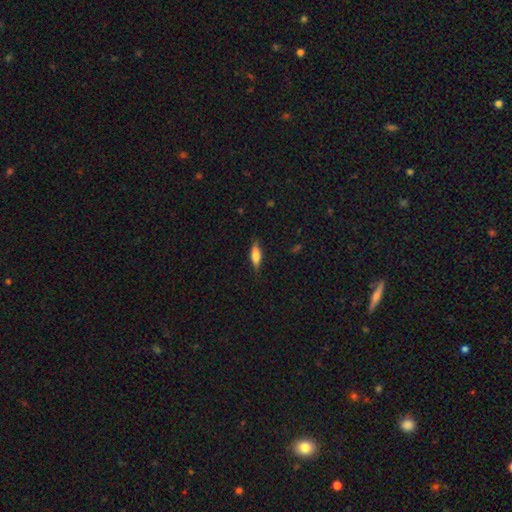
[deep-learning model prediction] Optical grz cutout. It shows a smooth galaxy with no disk features (63%) that is in between round and cigar-shaped (54%). Merging: none (81%).